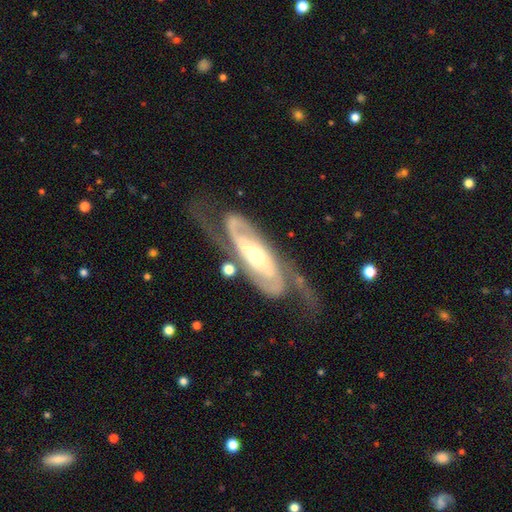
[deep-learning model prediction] Q: Smooth or featured?
A: featured or disk (88%); runner-up: smooth (7%)
Q: Edge-on disk?
A: no (91%); runner-up: yes (9%)
Q: Bar?
A: no (49%); runner-up: weak (25%)
Q: Spiral arms?
A: yes (96%); runner-up: no (4%)
Q: Spiral winding?
A: medium (42%); runner-up: tight (39%)
Q: Spiral arm count?
A: 2 (87%); runner-up: can't tell (6%)
Q: Bulge size?
A: moderate (51%); runner-up: small (40%)
Q: Merging?
A: none (60%); runner-up: major disturbance (18%)